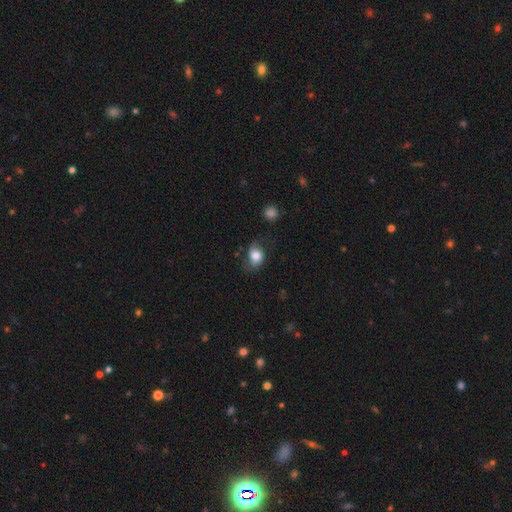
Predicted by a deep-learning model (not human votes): Q: Smooth or featured?
A: smooth (74%); runner-up: featured or disk (17%)
Q: How rounded?
A: in between (66%); runner-up: round (33%)
Q: Merging?
A: none (53%); runner-up: minor disturbance (31%)